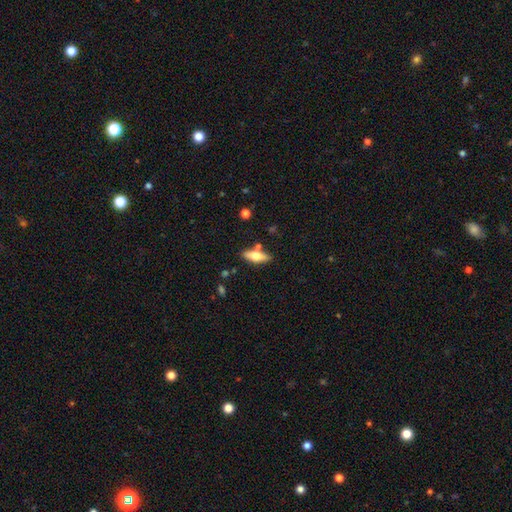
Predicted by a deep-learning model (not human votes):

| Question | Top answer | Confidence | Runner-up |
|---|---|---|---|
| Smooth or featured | smooth | 57% | featured or disk (37%) |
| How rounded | in between | 60% | cigar-shaped (37%) |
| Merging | none | 77% | minor disturbance (12%) |